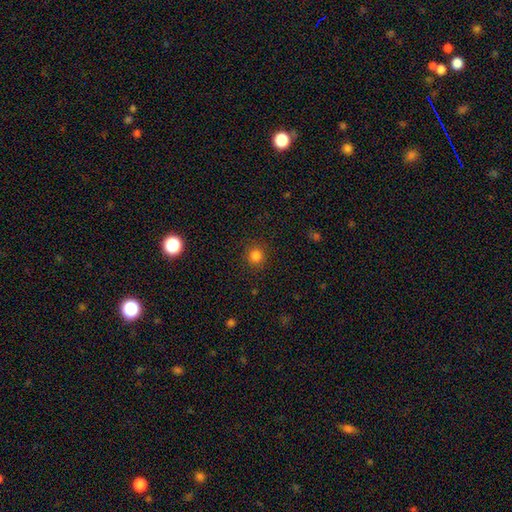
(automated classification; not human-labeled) Smooth or featured?
  - smooth: 83% *
  - star or artifact: 13%
  - featured or disk: 4%
How rounded?
  - round: 92% *
  - in between: 7%
  - cigar-shaped: 1%
Merging?
  - none: 89% *
  - minor disturbance: 7%
  - major disturbance: 3%
  - merger: 1%